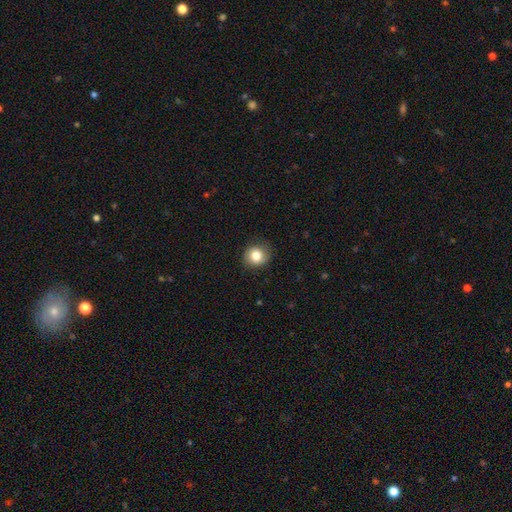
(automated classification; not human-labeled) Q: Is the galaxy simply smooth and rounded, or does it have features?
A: smooth — 81%.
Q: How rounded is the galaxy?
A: round — 84%.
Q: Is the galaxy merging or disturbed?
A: none — 83%.